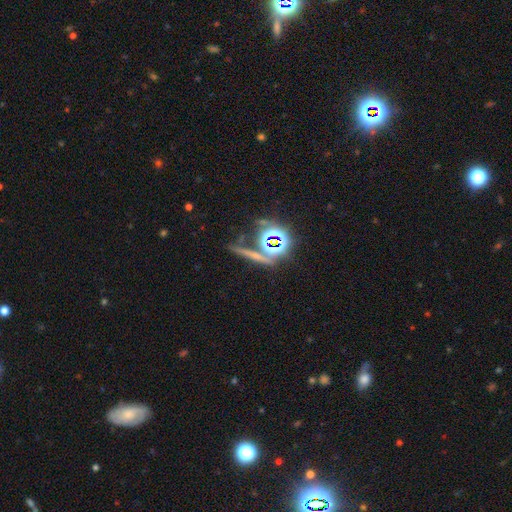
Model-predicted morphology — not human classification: Overall: star or artifact (46%; smooth 33%).